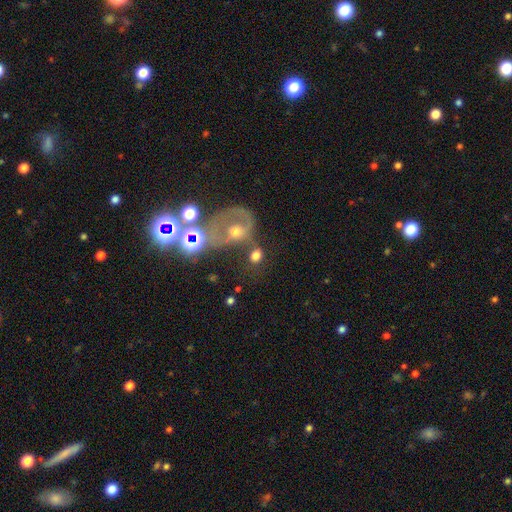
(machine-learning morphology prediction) A smooth galaxy with no disk features (65%) that is round (62%). Merging: none (41%).